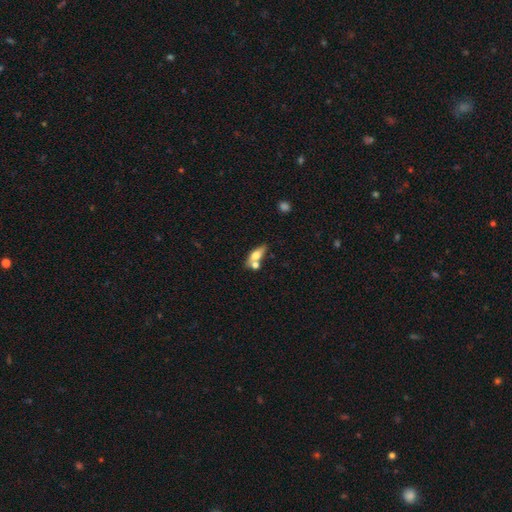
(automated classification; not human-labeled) smooth_or_featured: smooth (p=0.62) [alt: featured or disk p=0.30]
how_rounded: in between (p=0.70) [alt: cigar-shaped p=0.21]
merging: none (p=0.45) [alt: merger p=0.37]